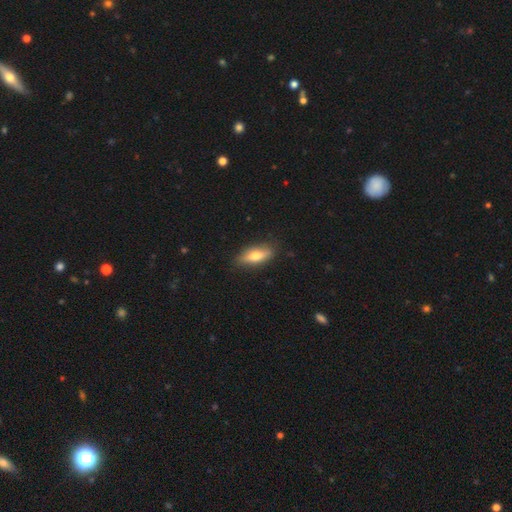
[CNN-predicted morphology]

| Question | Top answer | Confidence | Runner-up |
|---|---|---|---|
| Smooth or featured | smooth | 61% | featured or disk (33%) |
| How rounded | in between | 59% | cigar-shaped (38%) |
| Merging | none | 84% | minor disturbance (12%) |